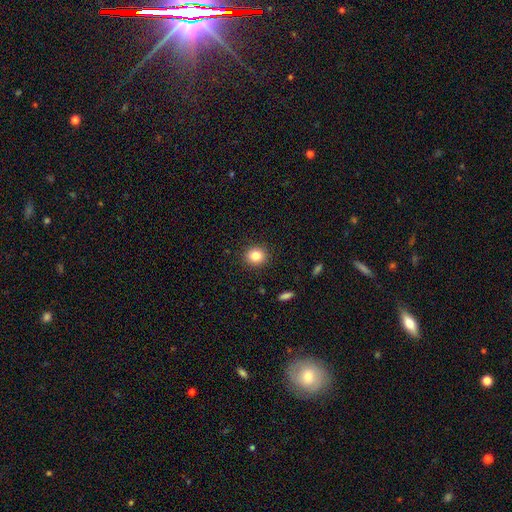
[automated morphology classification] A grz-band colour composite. It shows a smooth galaxy with no disk features (83%) that is round (82%). Merging: none (90%).